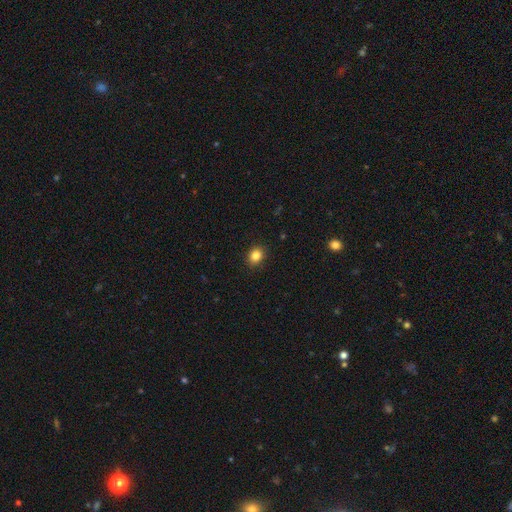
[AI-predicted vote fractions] Smooth or featured?
  - smooth: 84% *
  - star or artifact: 11%
  - featured or disk: 5%
How rounded?
  - round: 64% *
  - in between: 35%
  - cigar-shaped: 1%
Merging?
  - none: 90% *
  - minor disturbance: 7%
  - major disturbance: 2%
  - merger: 1%